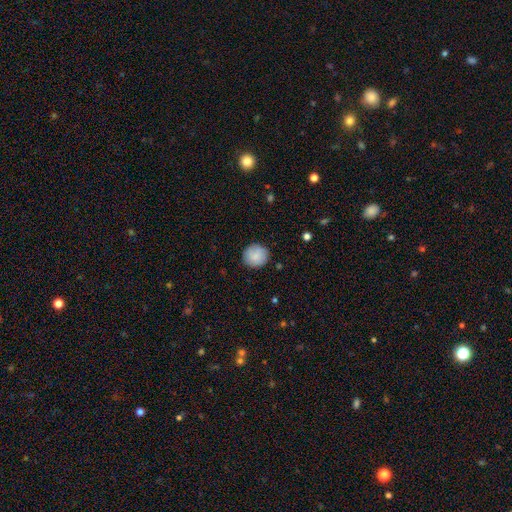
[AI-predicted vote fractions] Smooth or featured? Predicted: smooth (p=0.85). How rounded? Predicted: round (p=0.90). Merging? Predicted: none (p=0.87).